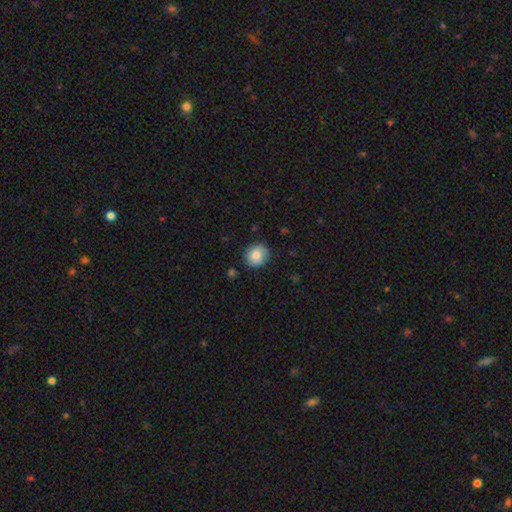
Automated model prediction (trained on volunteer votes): smooth_or_featured: smooth (p=0.84) [alt: featured or disk p=0.08]
how_rounded: round (p=0.84) [alt: in between p=0.15]
merging: none (p=0.85) [alt: minor disturbance p=0.11]